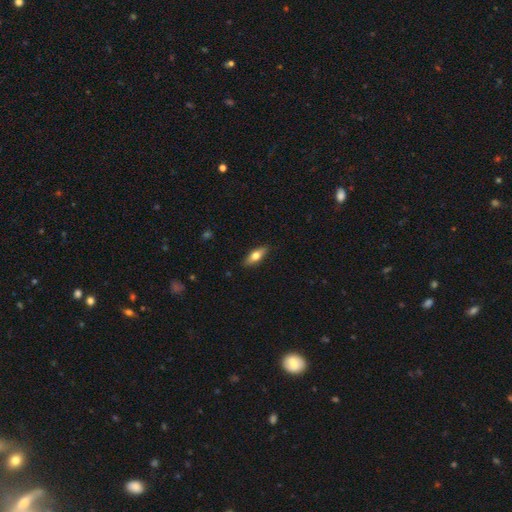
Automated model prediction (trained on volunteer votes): Smooth or featured: smooth — 60% (featured or disk — 33%)
How rounded: in between — 62% (cigar-shaped — 35%)
Merging: none — 88% (minor disturbance — 9%)